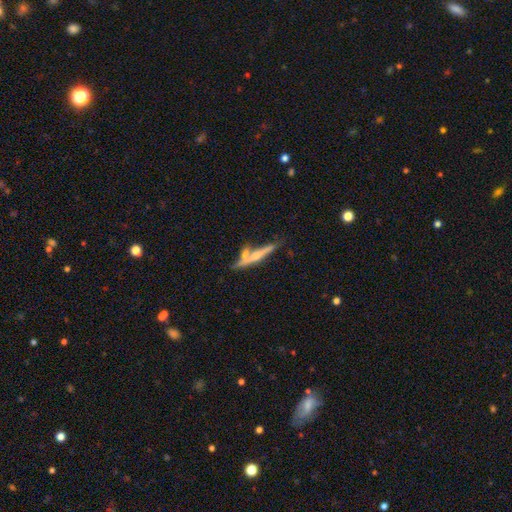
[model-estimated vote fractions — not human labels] Overall: featured or disk (55%; smooth 37%). Edge-on disk: yes (91%). Edge-on bulge: rounded (60%; none 29%). Merging: none (50%; merger 31%).